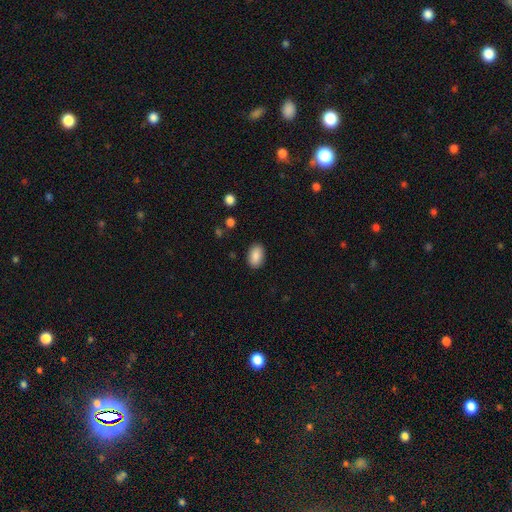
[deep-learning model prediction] smooth_or_featured: smooth (p=0.88) [alt: star or artifact p=0.07]
how_rounded: in between (p=0.89) [alt: round p=0.10]
merging: none (p=0.87) [alt: minor disturbance p=0.09]